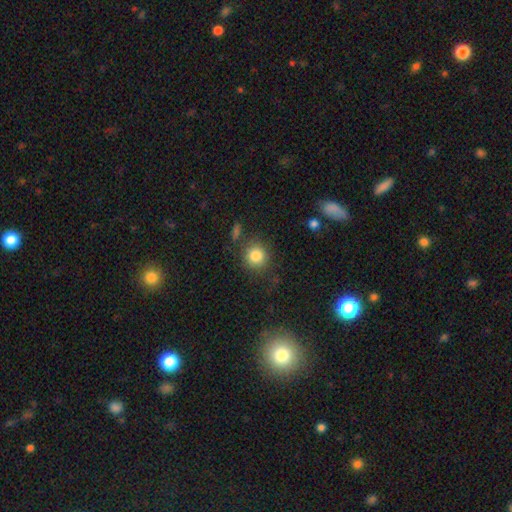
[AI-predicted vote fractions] smooth_or_featured: smooth (p=0.84) [alt: star or artifact p=0.10]
how_rounded: round (p=0.89) [alt: in between p=0.10]
merging: none (p=0.81) [alt: minor disturbance p=0.10]